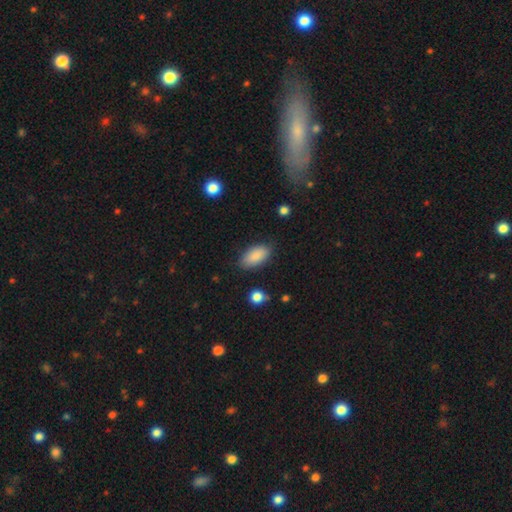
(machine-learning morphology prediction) This is clearly a smooth galaxy (88%). How rounded: clearly in between (92%). Merging: clearly none (82%).